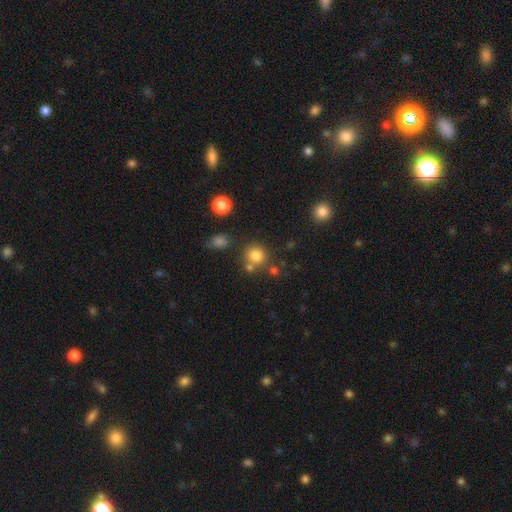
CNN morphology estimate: A smooth galaxy with no disk features (80%) that is round (89%). Merging: none (70%).